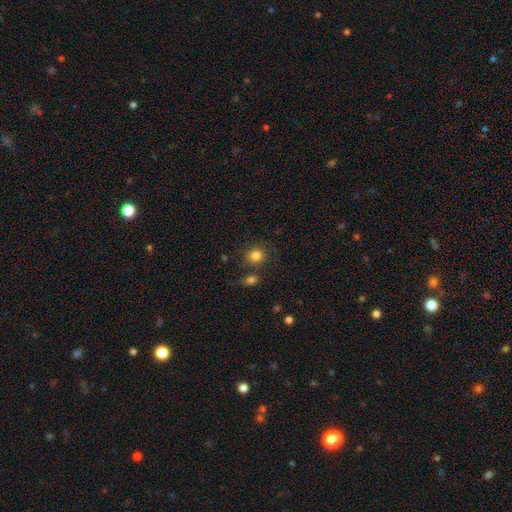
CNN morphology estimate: Overall: smooth (82%). How rounded: round (85%). Merging: none (76%).